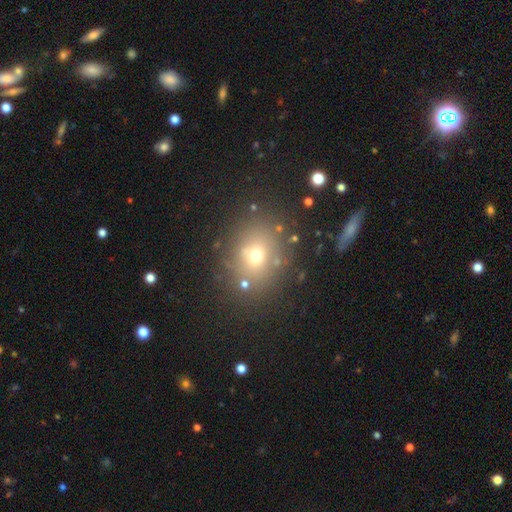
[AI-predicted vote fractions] Smooth or featured? smooth (65%)
How rounded? round (60%)
Merging? none (78%)